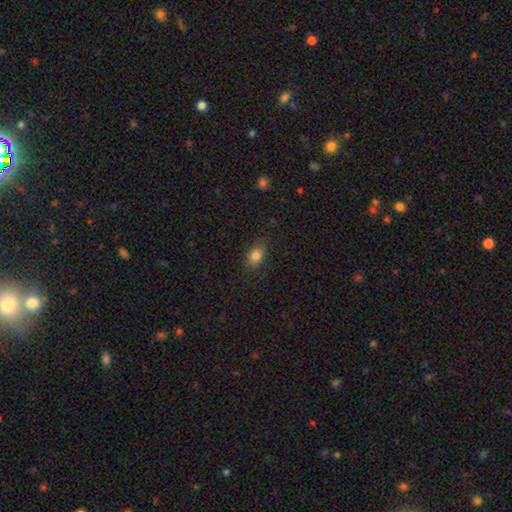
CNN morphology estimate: Smooth or featured? Predicted: smooth (p=0.81). How rounded? Predicted: in between (p=0.76). Merging? Predicted: none (p=0.83).